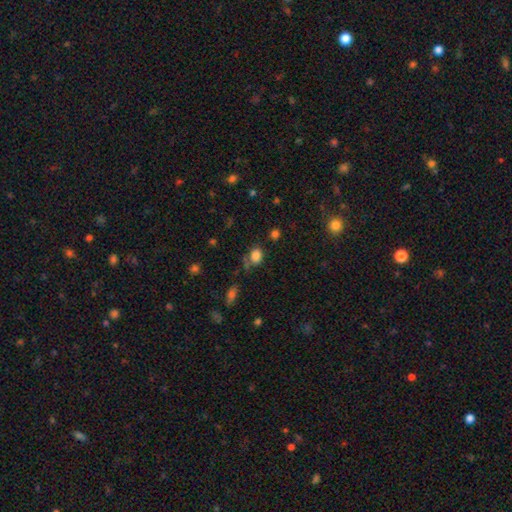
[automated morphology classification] smooth 81%, star or artifact 13%, featured or disk 6%. Down the decision tree: how rounded — in between (57%); merging — none (62%).